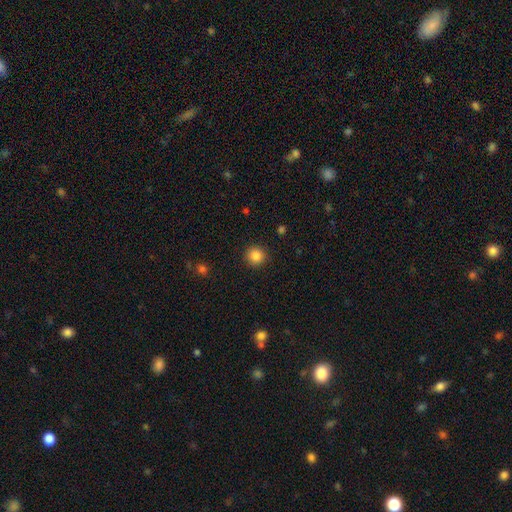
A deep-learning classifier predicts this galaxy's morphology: Q: Smooth or featured?
A: smooth (86%); runner-up: star or artifact (10%)
Q: How rounded?
A: round (94%); runner-up: in between (5%)
Q: Merging?
A: none (91%); runner-up: minor disturbance (6%)